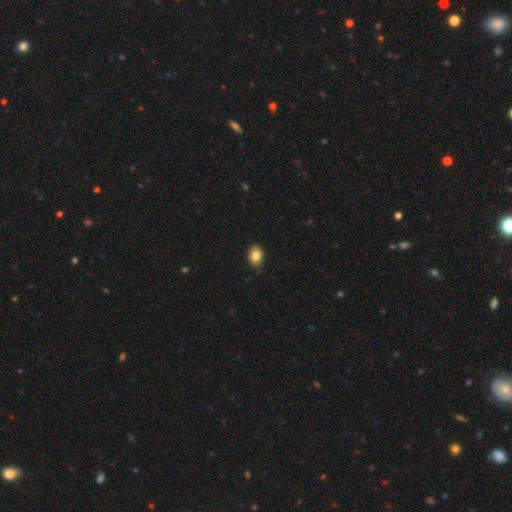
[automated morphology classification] Smooth or featured?
  - smooth: 84% *
  - star or artifact: 9%
  - featured or disk: 7%
How rounded?
  - in between: 61% *
  - round: 38%
  - cigar-shaped: 1%
Merging?
  - none: 79% *
  - minor disturbance: 17%
  - major disturbance: 2%
  - merger: 1%